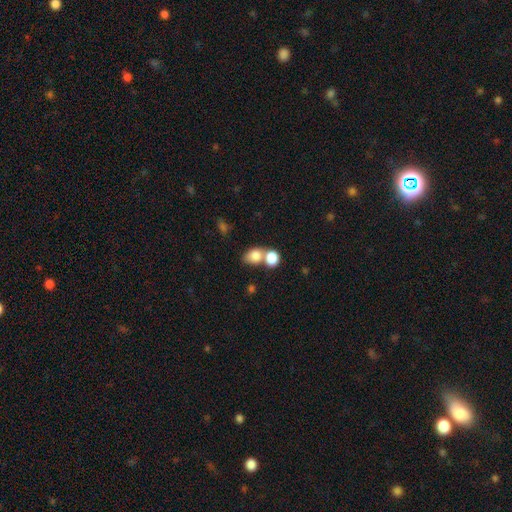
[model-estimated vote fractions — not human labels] Smooth or featured? smooth (81%)
How rounded? in between (54%)
Merging? merger (52%)